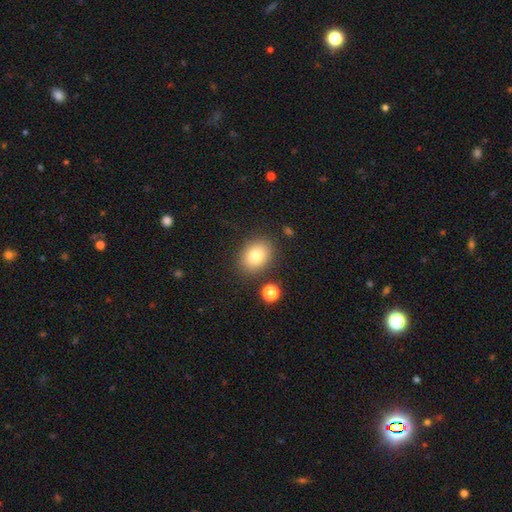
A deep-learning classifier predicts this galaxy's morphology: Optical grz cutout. It shows a smooth galaxy with no disk features (81%) that is in between round and cigar-shaped (60%). Merging: none (84%).